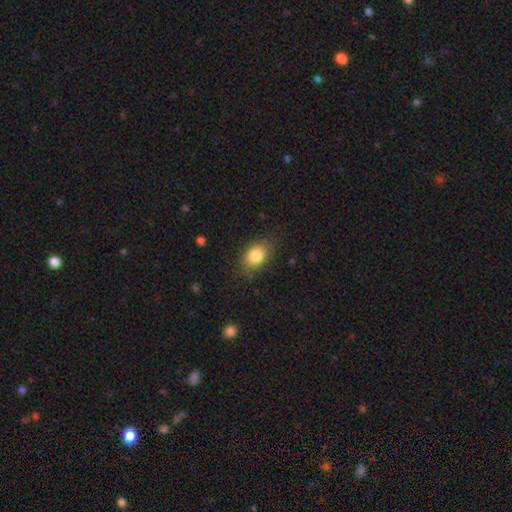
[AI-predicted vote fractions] This is clearly a smooth galaxy (84%). How rounded: likely in between (72%). Merging: likely none (78%).